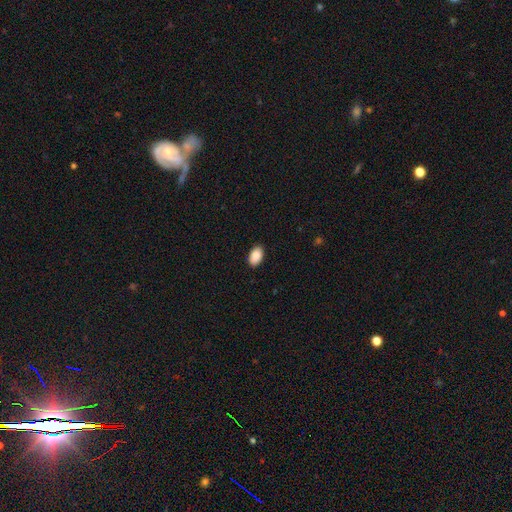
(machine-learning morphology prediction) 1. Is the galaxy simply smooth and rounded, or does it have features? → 90% smooth, 7% star or artifact, 3% featured or disk.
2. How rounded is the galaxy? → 94% in between, 5% round, 1% cigar-shaped.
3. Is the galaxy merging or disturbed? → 88% none, 9% minor disturbance, 2% major disturbance, 1% merger.